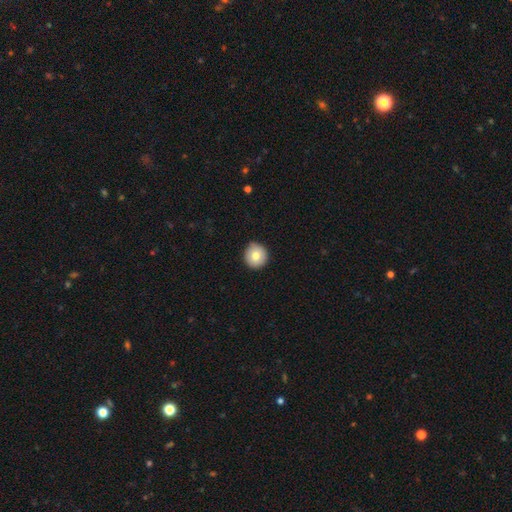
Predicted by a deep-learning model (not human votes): A smooth galaxy with no disk features (76%) that is round (93%).

Vote fractions:
- Smooth or featured? smooth: 76% / featured or disk: 16% / star or artifact: 8%
- How rounded? round: 93% / in between: 6% / cigar-shaped: 1%
- Merging? none: 88% / minor disturbance: 9% / major disturbance: 2% / merger: 1%